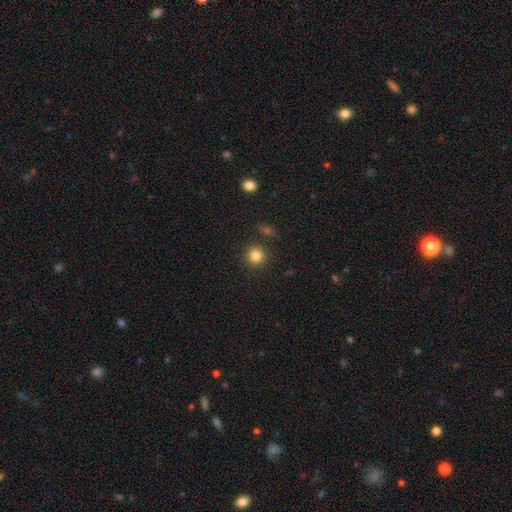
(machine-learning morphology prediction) type=smooth (83%); roundness=round (93%); merging=none (88%).